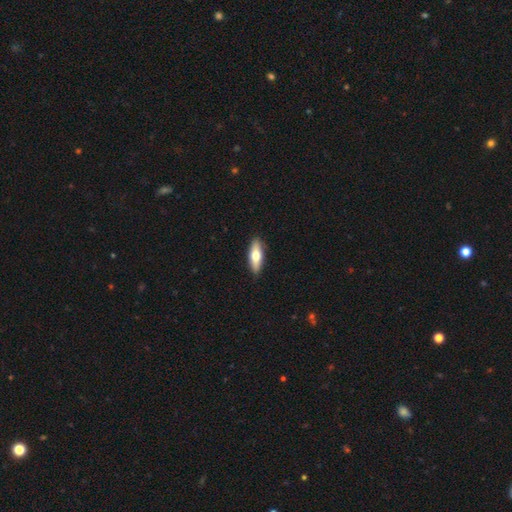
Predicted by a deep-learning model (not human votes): A smooth galaxy with no disk features (63%) that is in between round and cigar-shaped (56%). Merging: none (90%).